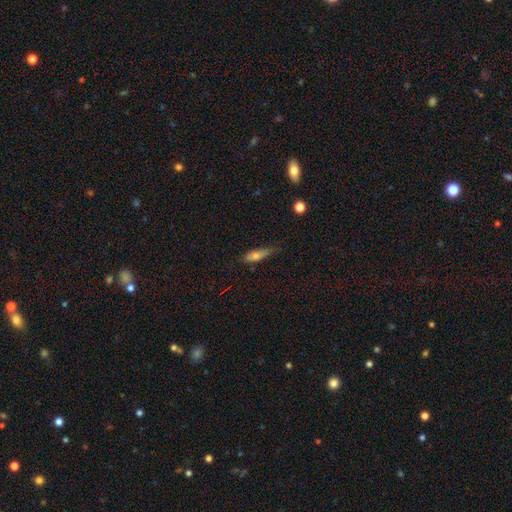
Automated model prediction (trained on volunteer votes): A smooth galaxy with no disk features (66%) that is cigar-shaped (55%).

Vote fractions:
- Smooth or featured? smooth: 66% / featured or disk: 25% / star or artifact: 9%
- How rounded? cigar-shaped: 55% / in between: 42% / round: 3%
- Merging? none: 59% / minor disturbance: 31% / major disturbance: 8% / merger: 2%